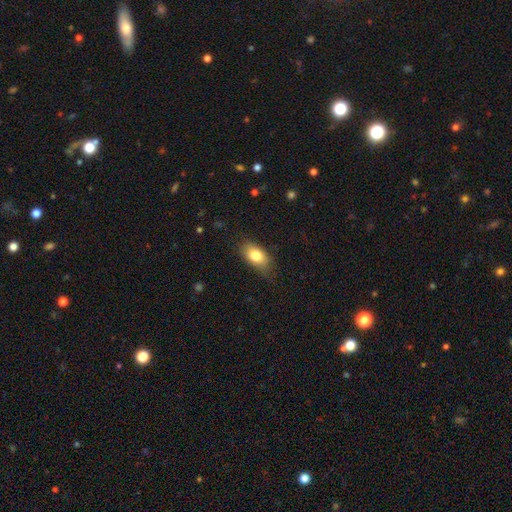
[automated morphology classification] A smooth galaxy with no disk features (79%) that is in between round and cigar-shaped (87%).

Vote fractions:
- Smooth or featured? smooth: 79% / featured or disk: 13% / star or artifact: 8%
- How rounded? in between: 87% / round: 9% / cigar-shaped: 4%
- Merging? none: 73% / minor disturbance: 21% / major disturbance: 5% / merger: 1%